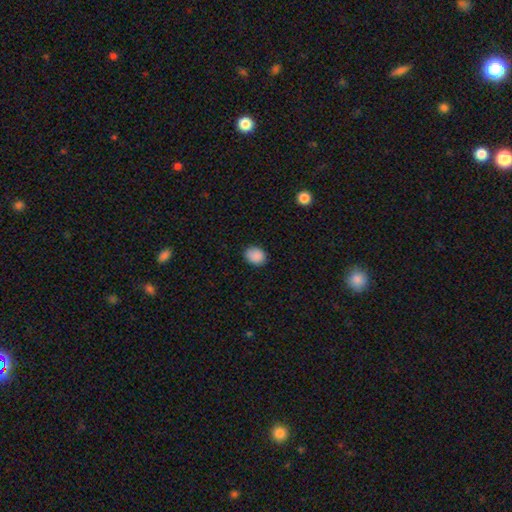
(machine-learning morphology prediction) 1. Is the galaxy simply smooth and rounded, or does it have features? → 89% smooth, 8% star or artifact, 2% featured or disk.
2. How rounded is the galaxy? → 51% round, 48% in between, 1% cigar-shaped.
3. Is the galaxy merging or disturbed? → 87% none, 10% minor disturbance, 2% major disturbance, 1% merger.